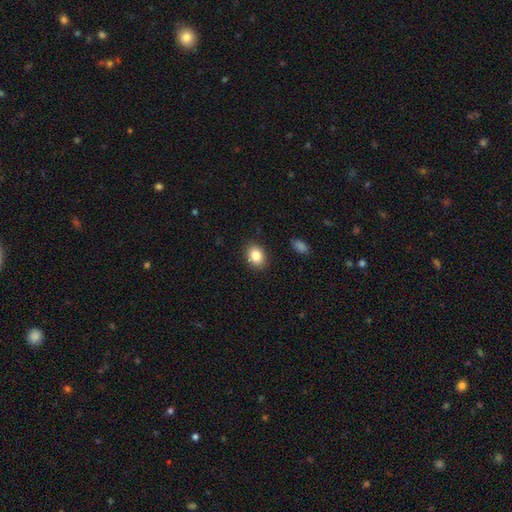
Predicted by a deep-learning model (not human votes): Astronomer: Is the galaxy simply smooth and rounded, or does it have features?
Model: smooth — 85%.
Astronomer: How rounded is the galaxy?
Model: in between — 61% (runner-up: round, 38%).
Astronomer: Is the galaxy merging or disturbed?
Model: none — 88%.